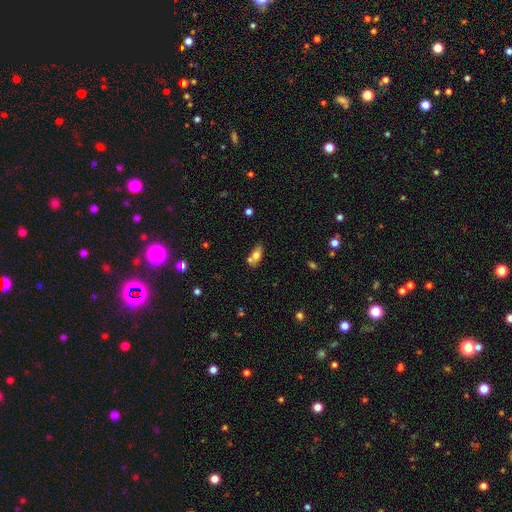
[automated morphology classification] Smooth or featured? smooth (72%)
How rounded? in between (83%)
Merging? none (54%)